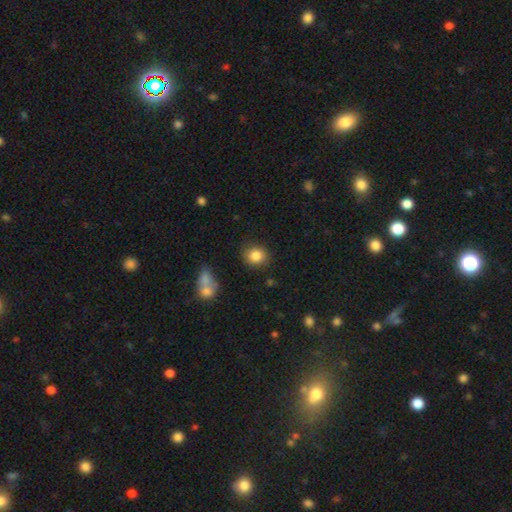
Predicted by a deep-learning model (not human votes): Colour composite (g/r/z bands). It shows a smooth galaxy with no disk features (85%) that is round (77%). Merging: none (84%).